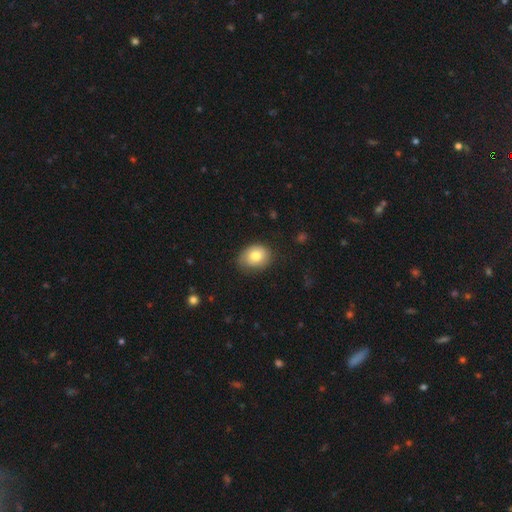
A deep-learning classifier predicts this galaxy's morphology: Smooth or featured: smooth — 78% (featured or disk — 14%)
How rounded: in between — 57% (round — 43%)
Merging: none — 72% (minor disturbance — 22%)